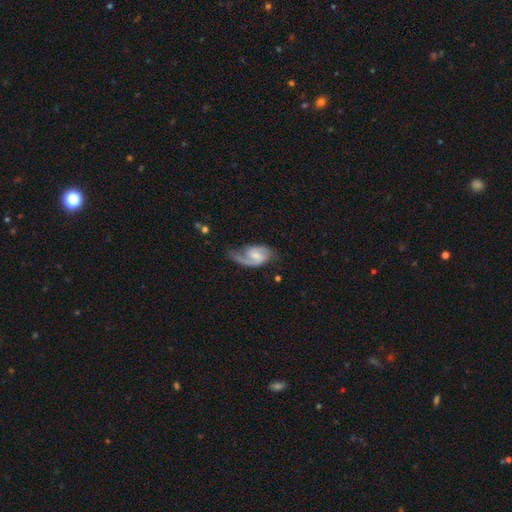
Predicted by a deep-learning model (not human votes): A featured or disk galaxy (84%) with a weak bar (53%), 2 (79%) medium (51%) spiral arms (96%) and a small central bulge (39%). Merging: none (63%).